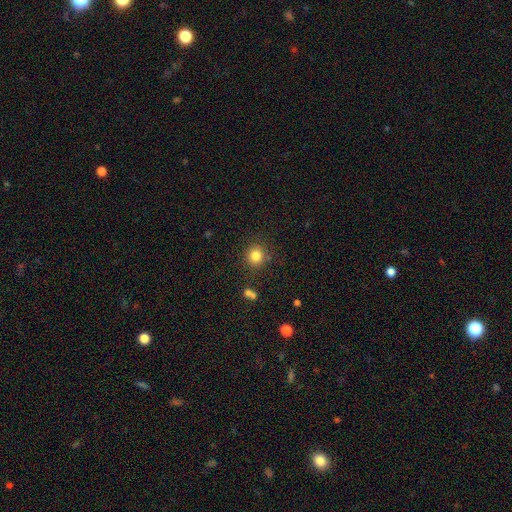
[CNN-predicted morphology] Overall: smooth (82%). How rounded: round (89%). Merging: none (85%).